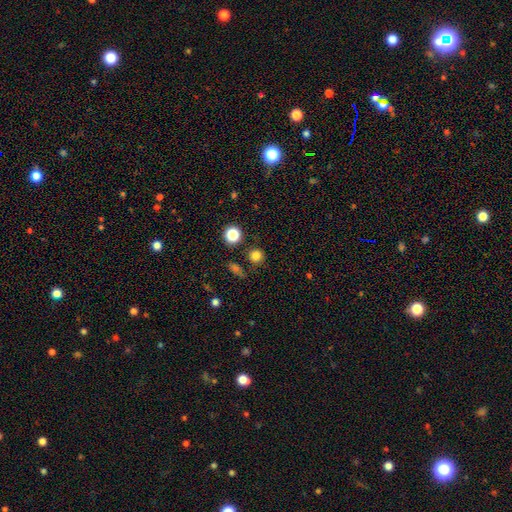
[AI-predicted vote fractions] This appears to be a smooth galaxy with no disk features (80%) that is round (92%). Merging: none (84%).